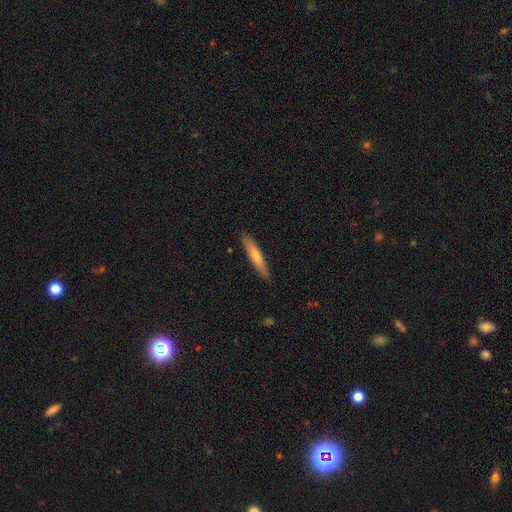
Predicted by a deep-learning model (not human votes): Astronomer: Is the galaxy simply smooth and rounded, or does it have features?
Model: featured or disk — 50% (runner-up: smooth, 42%).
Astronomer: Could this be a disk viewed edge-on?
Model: yes — 91%.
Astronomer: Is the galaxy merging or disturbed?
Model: none — 90%.